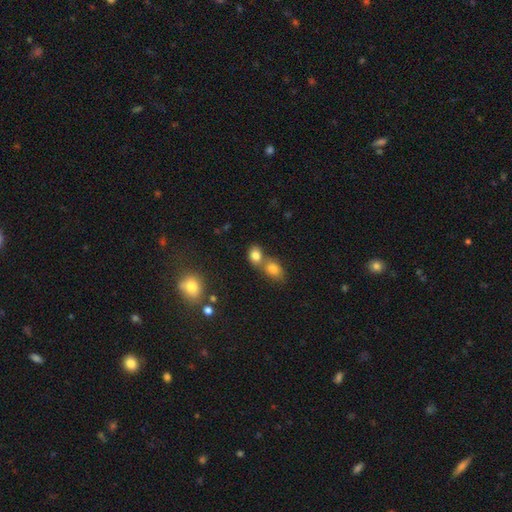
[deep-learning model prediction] Smooth or featured?
  - smooth: 81% *
  - star or artifact: 11%
  - featured or disk: 7%
How rounded?
  - in between: 55% *
  - round: 43%
  - cigar-shaped: 2%
Merging?
  - merger: 46% *
  - none: 41%
  - minor disturbance: 9%
  - major disturbance: 3%